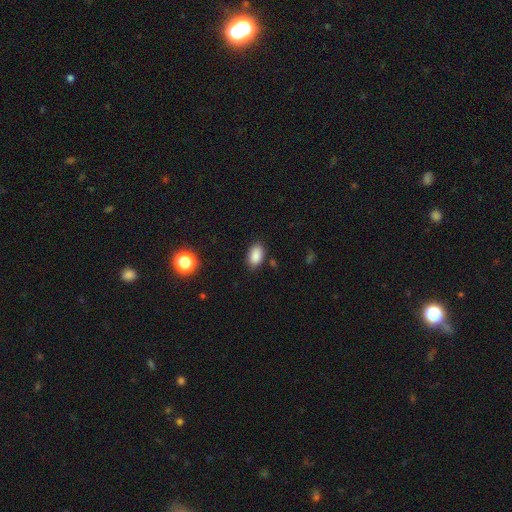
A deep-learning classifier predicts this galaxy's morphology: smooth 87%, star or artifact 9%, featured or disk 4%. Down the decision tree: how rounded — in between (92%); merging — none (84%).